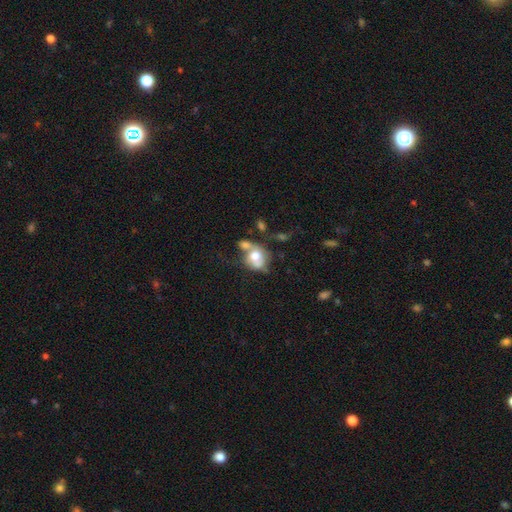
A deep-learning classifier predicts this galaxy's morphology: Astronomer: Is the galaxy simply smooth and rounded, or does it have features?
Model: smooth — 60%.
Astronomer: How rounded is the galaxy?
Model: round — 55% (runner-up: in between, 43%).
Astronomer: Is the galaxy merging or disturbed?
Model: merger — 41% (runner-up: none, 26%).